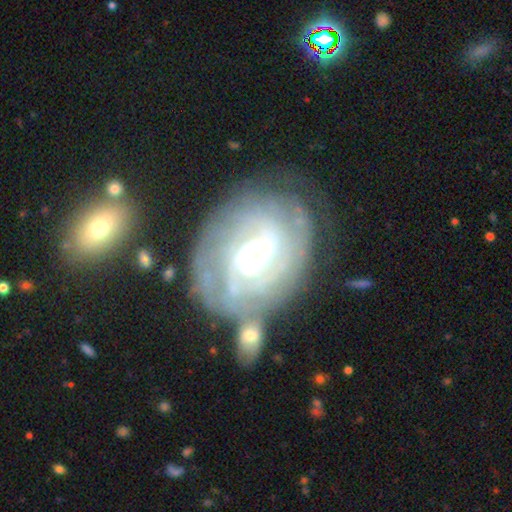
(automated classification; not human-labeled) Smooth or featured?
  - featured or disk: 84% *
  - smooth: 10%
  - star or artifact: 6%
Edge-on disk?
  - no: 97% *
  - yes: 3%
Bar?
  - no: 48% *
  - weak: 41%
  - strong: 11%
Spiral arms?
  - yes: 94% *
  - no: 6%
Spiral winding?
  - tight: 73% *
  - medium: 21%
  - loose: 5%
Spiral arm count?
  - can't tell: 41% *
  - 2: 19%
  - 3: 16%
  - 4: 12%
  - more than 4: 6%
  - 1: 5%
Bulge size?
  - small: 51% *
  - moderate: 44%
  - large: 3%
  - none: 1%
  - dominant: 1%
Merging?
  - none: 60% *
  - minor disturbance: 18%
  - merger: 13%
  - major disturbance: 9%